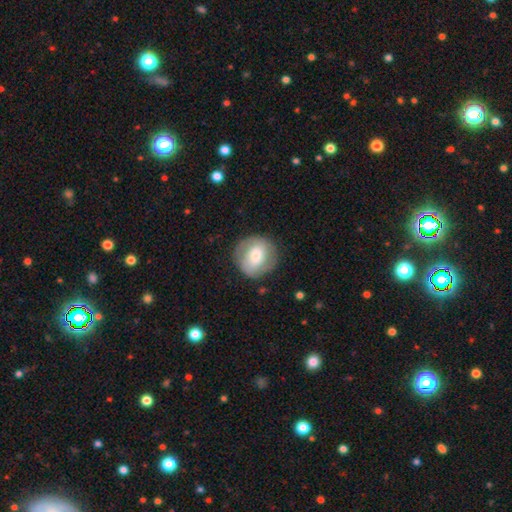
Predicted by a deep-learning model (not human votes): Morphology: type=smooth (57%); roundness=round (84%); merging=none (80%).